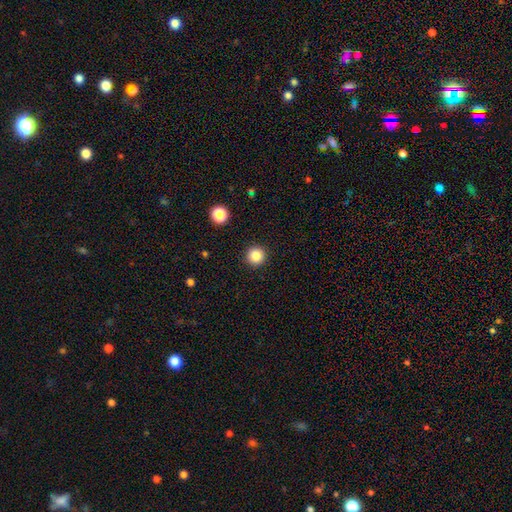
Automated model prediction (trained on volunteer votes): Q: Smooth or featured?
A: smooth (85%); runner-up: star or artifact (11%)
Q: How rounded?
A: round (96%); runner-up: in between (3%)
Q: Merging?
A: none (92%); runner-up: minor disturbance (5%)